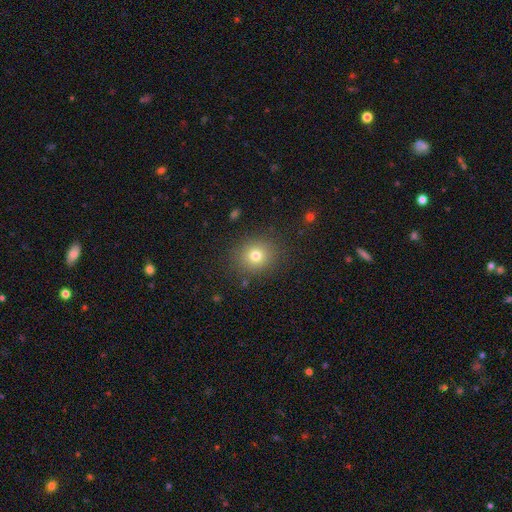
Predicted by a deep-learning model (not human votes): A smooth galaxy with no disk features (76%) that is round (83%). Merging: none (87%).